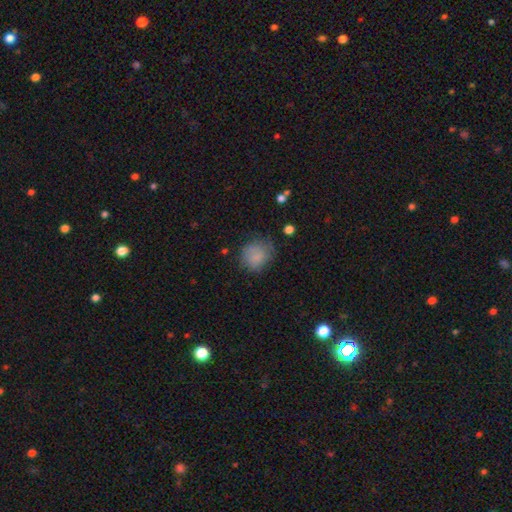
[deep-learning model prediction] This is likely a smooth galaxy (80%). How rounded: likely round (78%). Merging: likely none (63%).